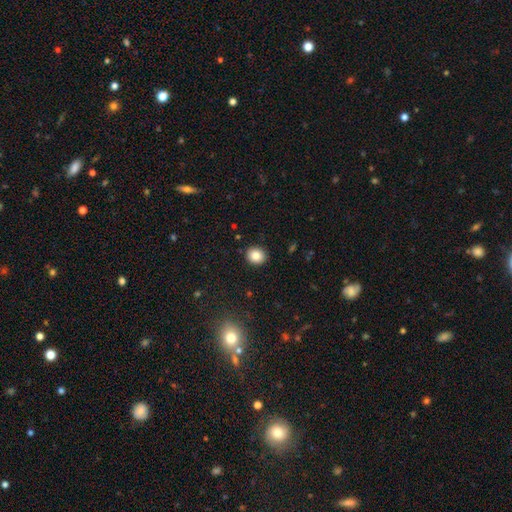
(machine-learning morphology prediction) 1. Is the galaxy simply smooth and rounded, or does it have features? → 84% smooth, 10% star or artifact, 7% featured or disk.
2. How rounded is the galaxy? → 76% round, 23% in between, 1% cigar-shaped.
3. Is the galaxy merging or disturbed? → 91% none, 6% minor disturbance, 2% major disturbance, 1% merger.